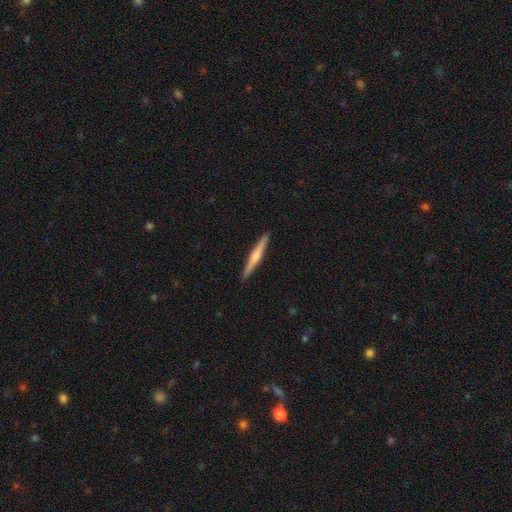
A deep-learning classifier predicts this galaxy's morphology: A featured or disk galaxy (51%) viewed edge-on (98%) with a rounded central bulge (61%). Merging: none (92%).